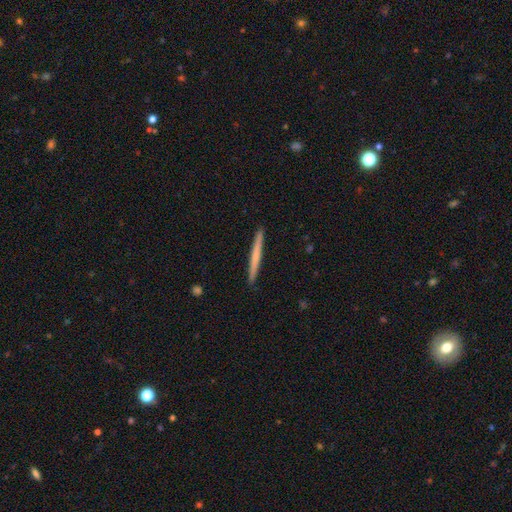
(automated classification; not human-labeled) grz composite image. It shows a smooth galaxy with no disk features (58%) that is cigar-shaped (97%). Merging: none (93%).